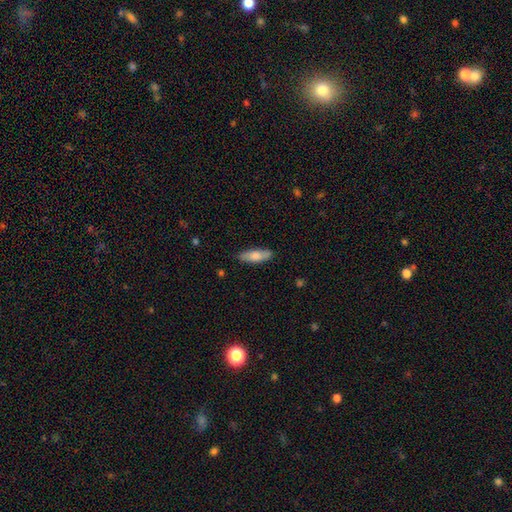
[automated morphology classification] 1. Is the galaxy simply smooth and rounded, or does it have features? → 73% smooth, 21% featured or disk, 6% star or artifact.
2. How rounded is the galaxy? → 57% in between, 41% cigar-shaped, 2% round.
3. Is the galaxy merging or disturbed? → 84% none, 13% minor disturbance, 2% major disturbance, 1% merger.